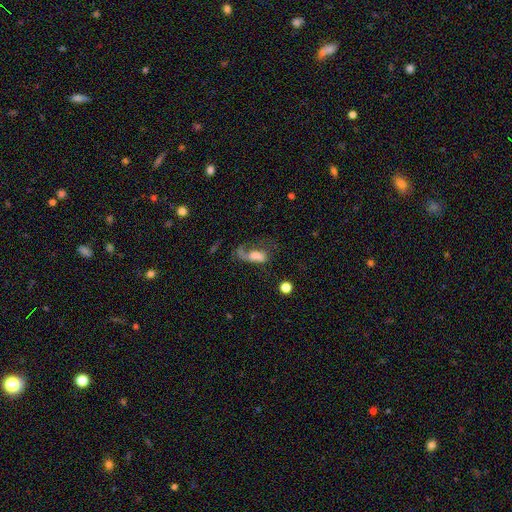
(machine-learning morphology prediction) Smooth or featured?
  - smooth: 44% * (tied)
  - featured or disk: 44% * (tied)
  - star or artifact: 12%
Merging?
  - major disturbance: 47% *
  - none: 30%
  - minor disturbance: 17%
  - merger: 6%